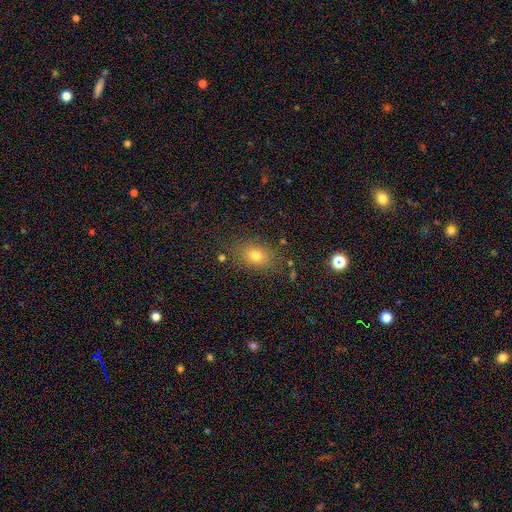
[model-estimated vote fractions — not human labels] Smooth or featured: smooth — 74% (star or artifact — 15%)
How rounded: in between — 69% (round — 29%)
Merging: none — 81% (minor disturbance — 12%)